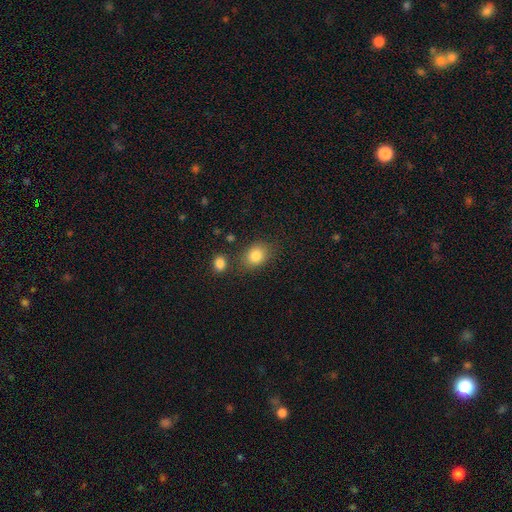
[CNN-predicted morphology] Smooth or featured: smooth — 83% (star or artifact — 9%)
How rounded: in between — 61% (round — 38%)
Merging: none — 73% (minor disturbance — 14%)